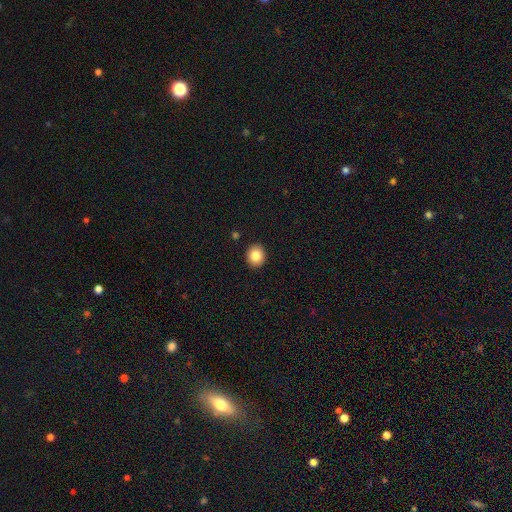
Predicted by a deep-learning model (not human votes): Q: Smooth or featured?
A: smooth (85%); runner-up: star or artifact (9%)
Q: How rounded?
A: round (76%); runner-up: in between (23%)
Q: Merging?
A: none (92%); runner-up: minor disturbance (5%)